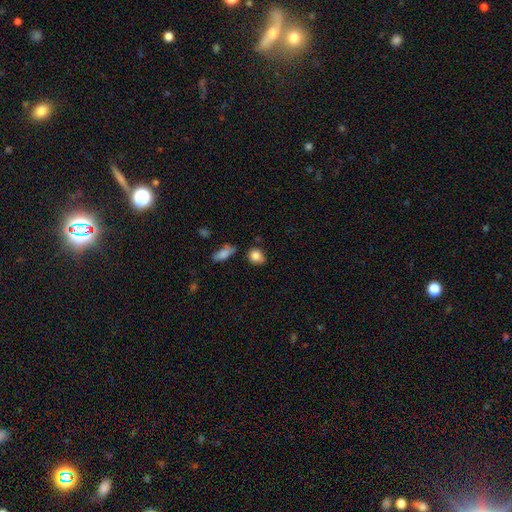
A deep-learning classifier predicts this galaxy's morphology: Smooth or featured: smooth — 84% (star or artifact — 9%)
How rounded: round — 54% (in between — 44%)
Merging: none — 71% (minor disturbance — 20%)